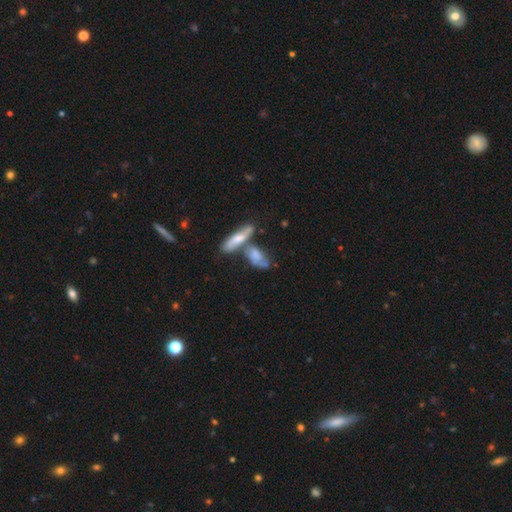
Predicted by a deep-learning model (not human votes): Q: Smooth or featured?
A: smooth (50%); runner-up: featured or disk (41%)
Q: How rounded?
A: in between (68%); runner-up: cigar-shaped (26%)
Q: Merging?
A: merger (48%); runner-up: none (30%)